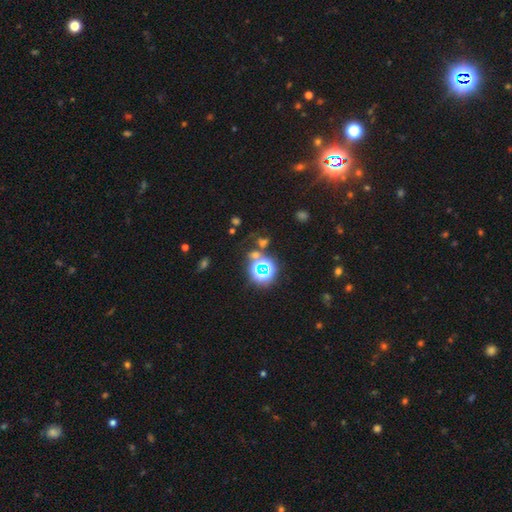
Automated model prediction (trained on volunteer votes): A star or artifact, not a galaxy (61%).